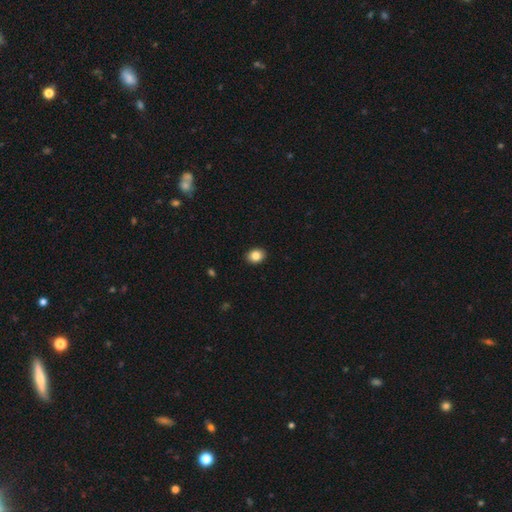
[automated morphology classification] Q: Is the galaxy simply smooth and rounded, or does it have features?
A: smooth — 85%.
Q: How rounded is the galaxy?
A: in between — 56%.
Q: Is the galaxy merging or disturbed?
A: none — 91%.